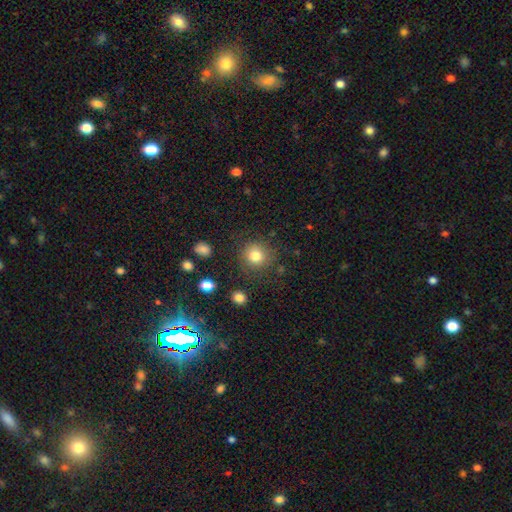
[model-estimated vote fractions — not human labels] smooth 81%, star or artifact 12%, featured or disk 7%. Down the decision tree: how rounded — round (91%); merging — none (84%).